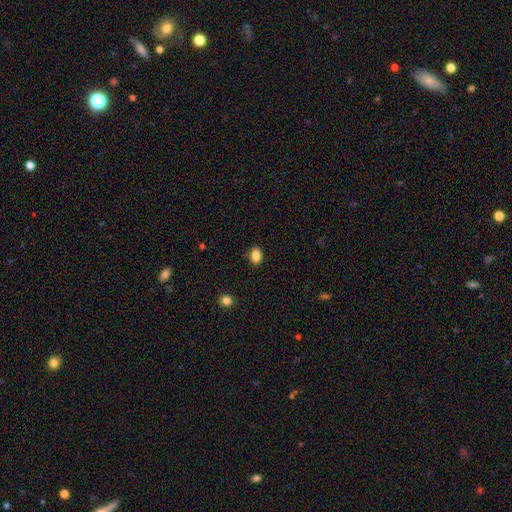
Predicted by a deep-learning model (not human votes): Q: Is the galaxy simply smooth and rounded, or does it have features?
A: smooth — 86%.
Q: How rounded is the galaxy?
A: in between — 83%.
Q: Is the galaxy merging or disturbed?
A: none — 86%.